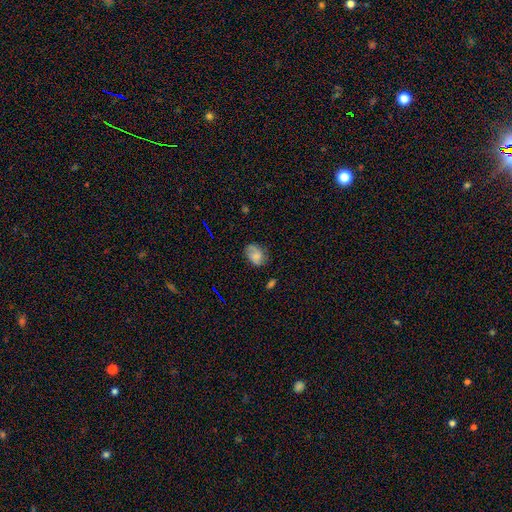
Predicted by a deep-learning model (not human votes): A smooth galaxy with no disk features (68%) that is in between round and cigar-shaped (71%).

Vote fractions:
- Smooth or featured? smooth: 68% / featured or disk: 20% / star or artifact: 12%
- How rounded? in between: 71% / round: 27% / cigar-shaped: 1%
- Merging? none: 60% / minor disturbance: 28% / major disturbance: 10% / merger: 3%